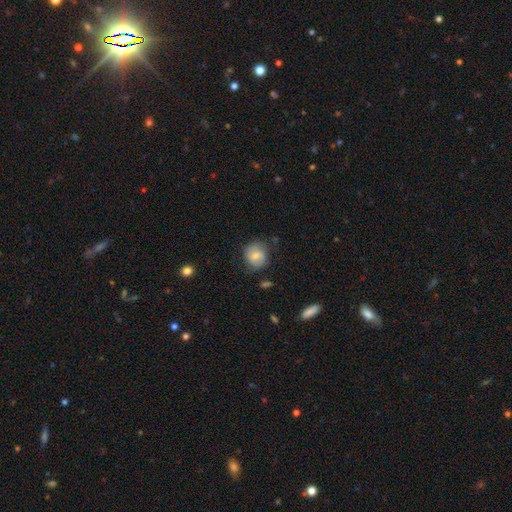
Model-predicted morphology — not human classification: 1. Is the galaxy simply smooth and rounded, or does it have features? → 68% smooth, 24% featured or disk, 8% star or artifact.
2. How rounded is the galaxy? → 77% round, 22% in between, 1% cigar-shaped.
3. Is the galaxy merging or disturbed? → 69% none, 22% minor disturbance, 7% major disturbance, 2% merger.